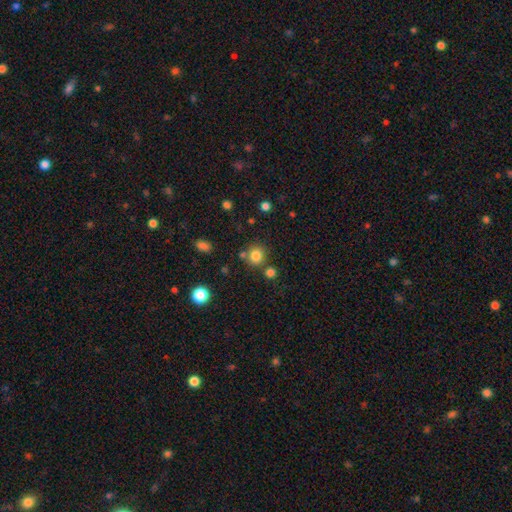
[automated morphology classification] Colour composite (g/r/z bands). It shows a smooth galaxy with no disk features (81%) that is round (89%). Merging: none (75%).